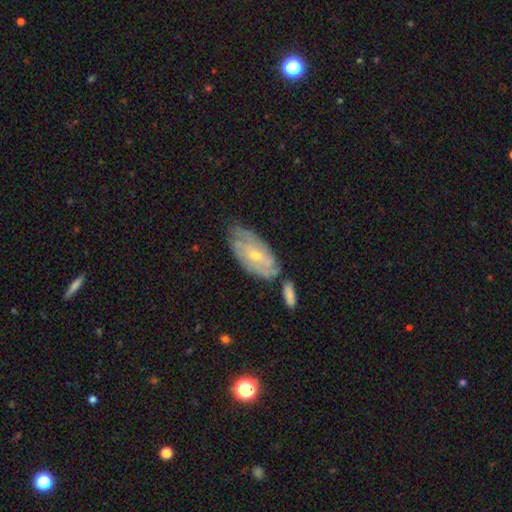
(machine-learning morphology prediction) This is likely a featured or disk galaxy (65%). It is clearly not viewed edge-on (90%). Bar: possibly no (58%). Spiral arm pattern: likely yes (76%). Central bulge: possibly small (60%). Merging: possibly none (56%).